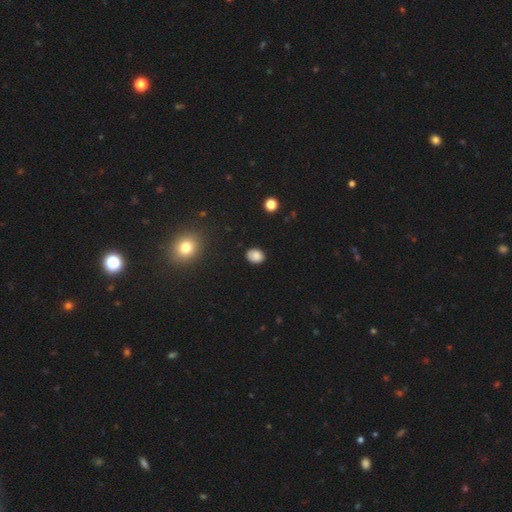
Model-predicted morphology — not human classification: The model was most divided on "how rounded": in between: 56%, round: 43%, cigar-shaped: 1%. More confident: smooth or featured — smooth (82%); merging — none (78%).